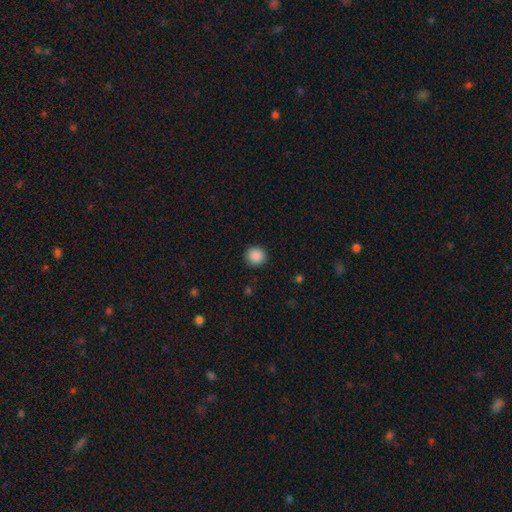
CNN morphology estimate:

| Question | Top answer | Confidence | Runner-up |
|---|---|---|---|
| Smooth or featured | smooth | 88% | star or artifact (9%) |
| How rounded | round | 93% | in between (6%) |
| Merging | none | 92% | minor disturbance (5%) |